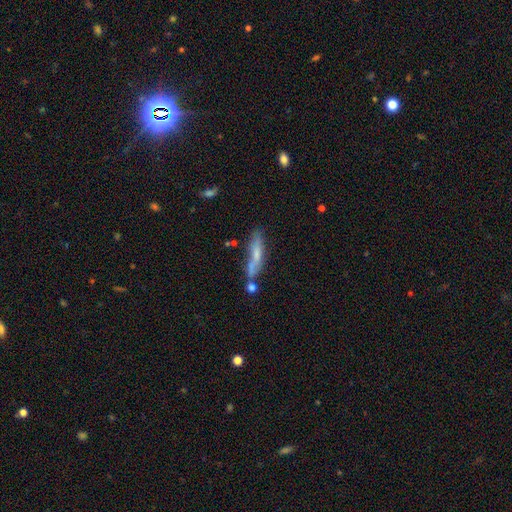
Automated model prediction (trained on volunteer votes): smooth 51%, featured or disk 41%, star or artifact 8%. Down the decision tree: how rounded — cigar-shaped (85%); merging — none (52%).